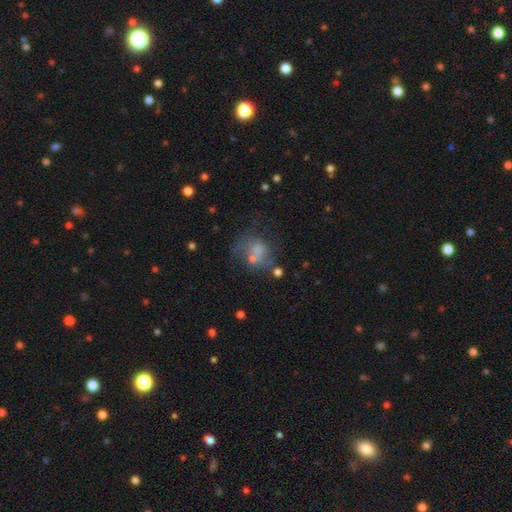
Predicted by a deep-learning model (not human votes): smooth_or_featured: smooth (p=0.47) [alt: featured or disk p=0.34]
merging: none (p=0.37) [alt: major disturbance p=0.24]